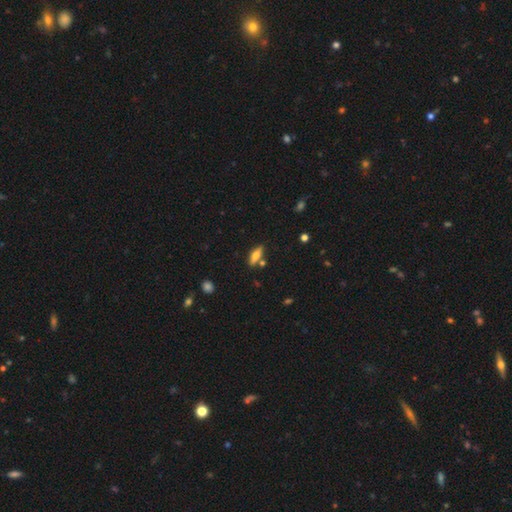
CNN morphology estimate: smooth_or_featured: smooth (p=0.60) [alt: featured or disk p=0.33]
how_rounded: in between (p=0.55) [alt: cigar-shaped p=0.42]
merging: none (p=0.76) [alt: minor disturbance p=0.12]